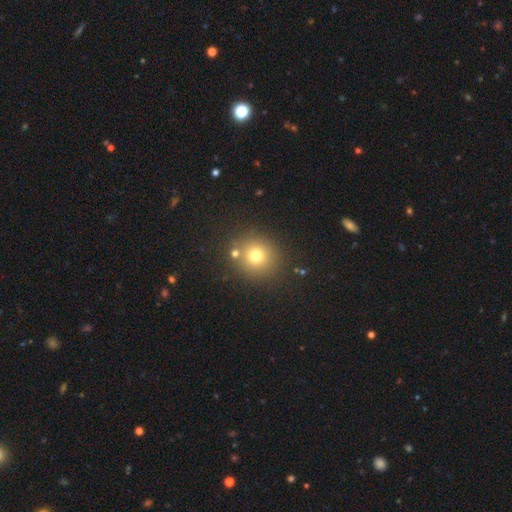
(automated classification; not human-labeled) This is likely a smooth galaxy (73%). How rounded: clearly round (90%). Merging: clearly none (81%).